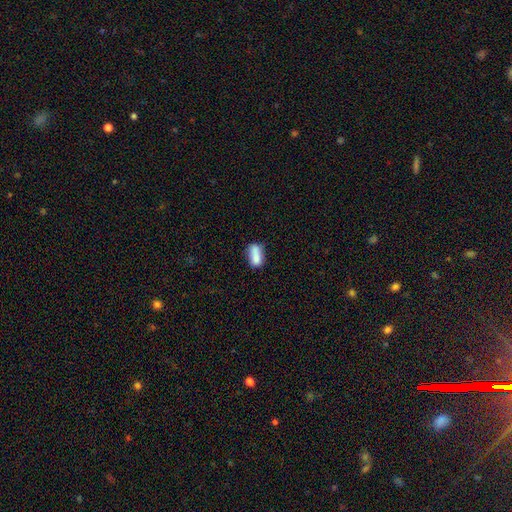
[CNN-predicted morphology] type=smooth (78%); roundness=in between (83%); merging=none (43%).